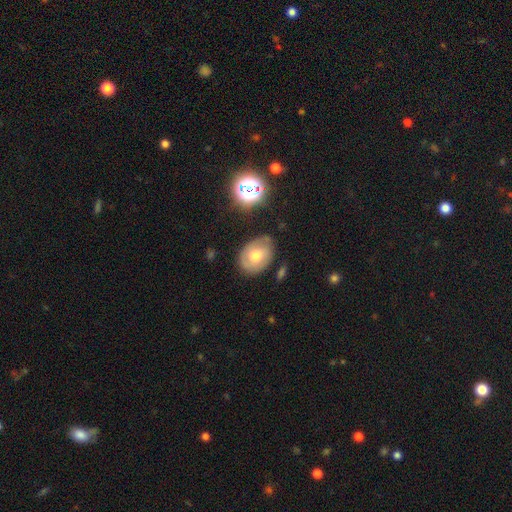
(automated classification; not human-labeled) Q: Smooth or featured?
A: smooth (48%); runner-up: featured or disk (41%)
Q: Merging?
A: none (68%); runner-up: minor disturbance (23%)